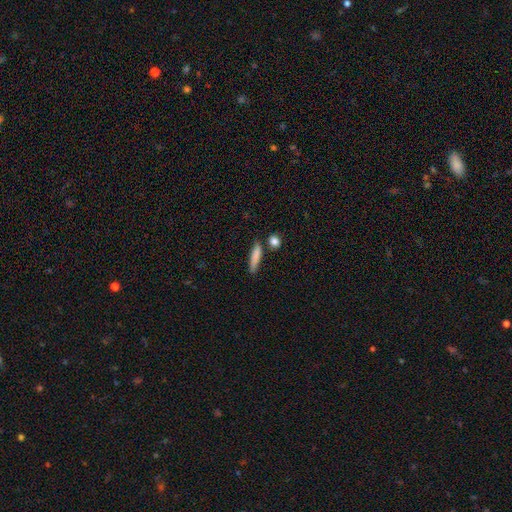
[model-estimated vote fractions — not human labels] smooth_or_featured: smooth (p=0.81) [alt: featured or disk p=0.12]
how_rounded: cigar-shaped (p=0.80) [alt: in between p=0.16]
merging: none (p=0.74) [alt: minor disturbance p=0.15]